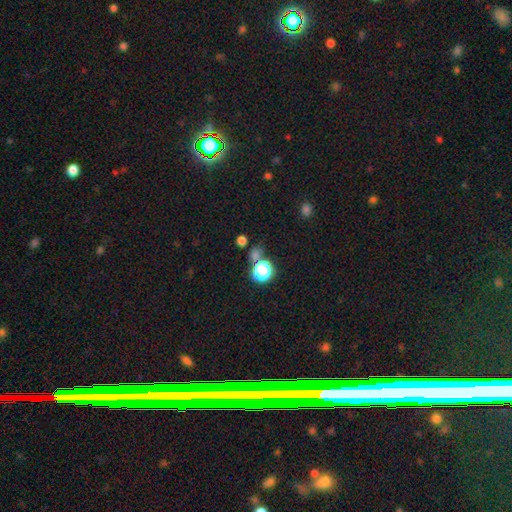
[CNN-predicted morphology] Smooth or featured? smooth (56%)
How rounded? round (80%)
Merging? none (68%)